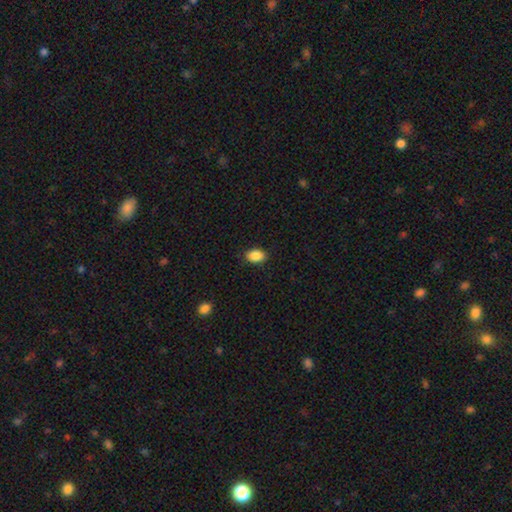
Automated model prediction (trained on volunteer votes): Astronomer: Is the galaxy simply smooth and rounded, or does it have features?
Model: smooth — 89%.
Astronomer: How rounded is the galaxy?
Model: in between — 84%.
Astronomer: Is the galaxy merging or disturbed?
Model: none — 87%.